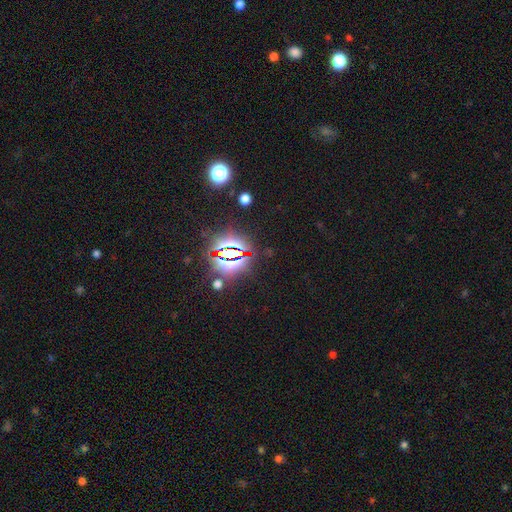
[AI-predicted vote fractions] smooth-or-featured: star or artifact: 82% | smooth: 10% | featured or disk: 7%